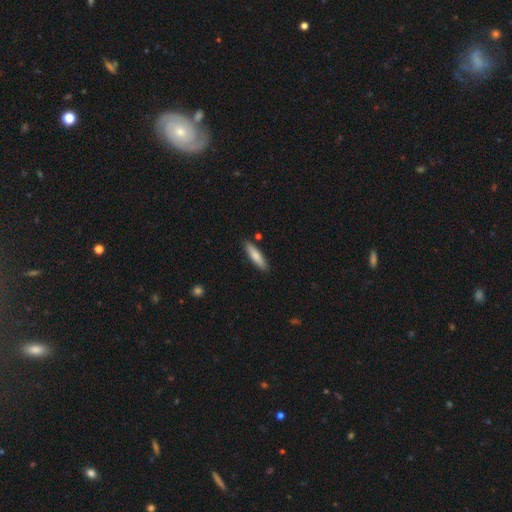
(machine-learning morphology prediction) smooth 76%, featured or disk 19%, star or artifact 6%. Down the decision tree: how rounded — cigar-shaped (75%); merging — none (87%).